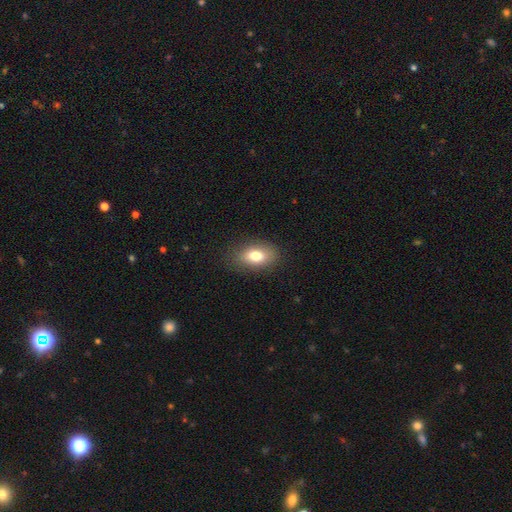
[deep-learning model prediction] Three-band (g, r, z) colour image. It shows a smooth galaxy with no disk features (78%) that is in between round and cigar-shaped (86%). Merging: none (83%).